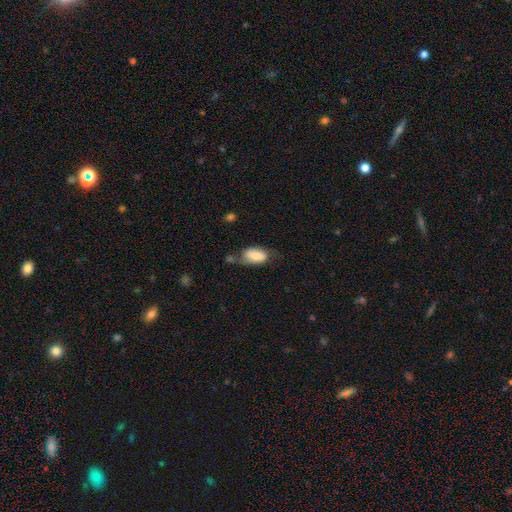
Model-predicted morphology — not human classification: smooth_or_featured: smooth (p=0.73) [alt: featured or disk p=0.21]
how_rounded: in between (p=0.93) [alt: round p=0.04]
merging: none (p=0.39) [alt: minor disturbance p=0.29]